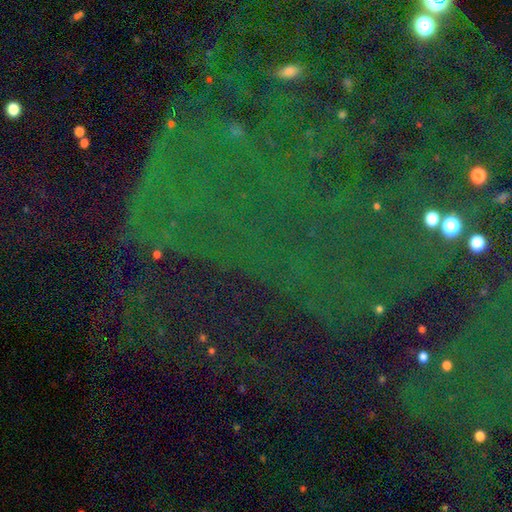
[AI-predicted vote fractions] Smooth or featured? Predicted: star or artifact (p=0.82).